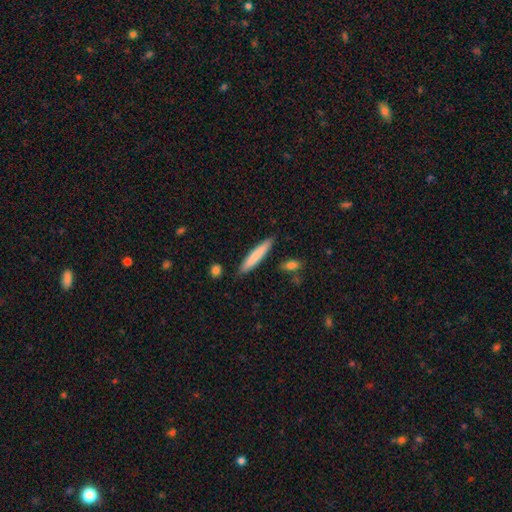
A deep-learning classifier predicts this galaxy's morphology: Smooth or featured: smooth — 77% (featured or disk — 17%)
How rounded: cigar-shaped — 91% (in between — 8%)
Merging: none — 87% (minor disturbance — 9%)